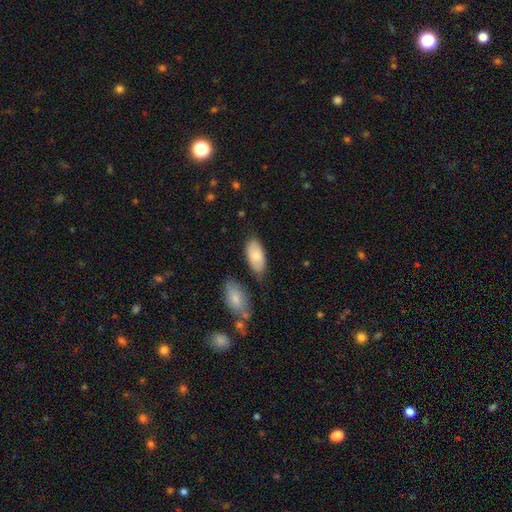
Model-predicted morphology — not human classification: This is likely a smooth galaxy (79%). How rounded: clearly in between (93%). Merging: likely none (71%).